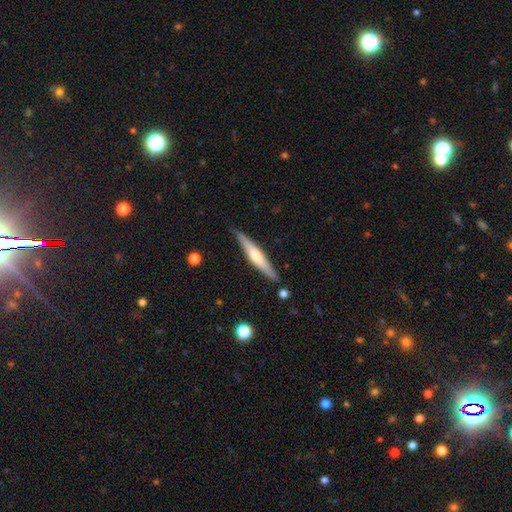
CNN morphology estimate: Q: Smooth or featured?
A: featured or disk (52%); runner-up: smooth (43%)
Q: Edge-on disk?
A: yes (95%); runner-up: no (5%)
Q: Merging?
A: none (84%); runner-up: minor disturbance (12%)